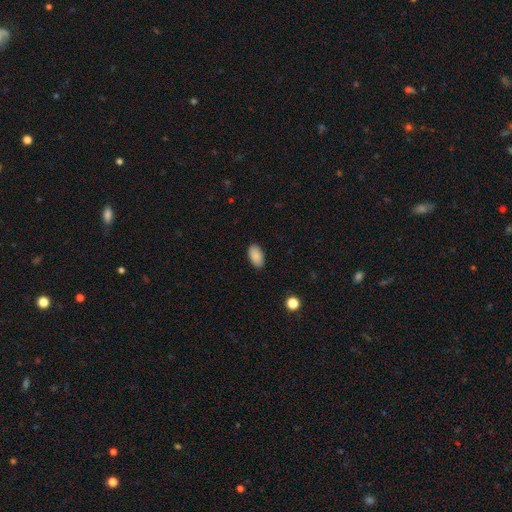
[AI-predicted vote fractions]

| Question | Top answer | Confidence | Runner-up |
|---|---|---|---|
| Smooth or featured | smooth | 89% | star or artifact (7%) |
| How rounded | in between | 95% | round (3%) |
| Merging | none | 88% | minor disturbance (9%) |